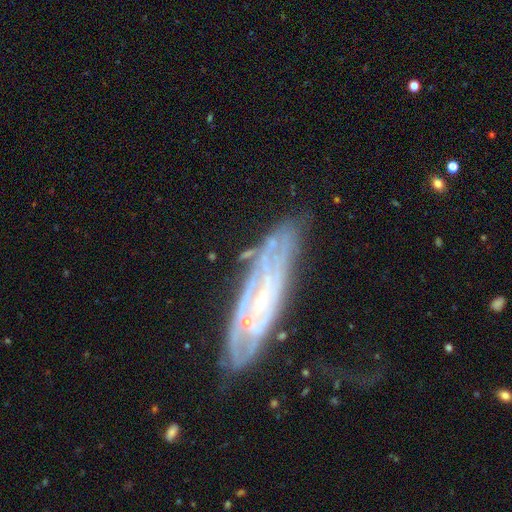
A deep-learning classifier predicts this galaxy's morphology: Overall: featured or disk (73%). Edge-on disk: no (66%; yes 34%). Merging: none (70%).